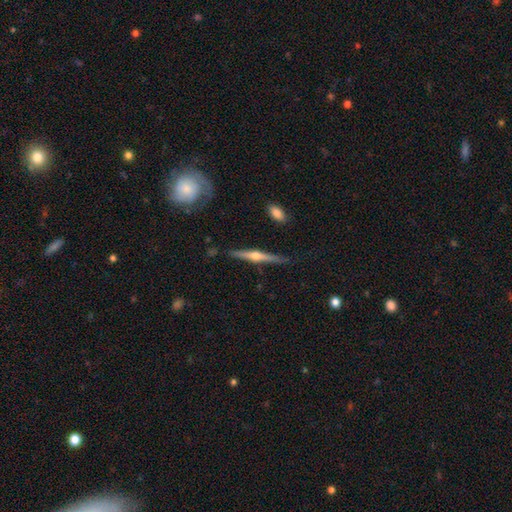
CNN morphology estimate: This is likely a featured or disk galaxy (74%). It is clearly viewed edge-on (98%). Edge-on bulge: clearly rounded (91%). Merging: clearly none (85%).